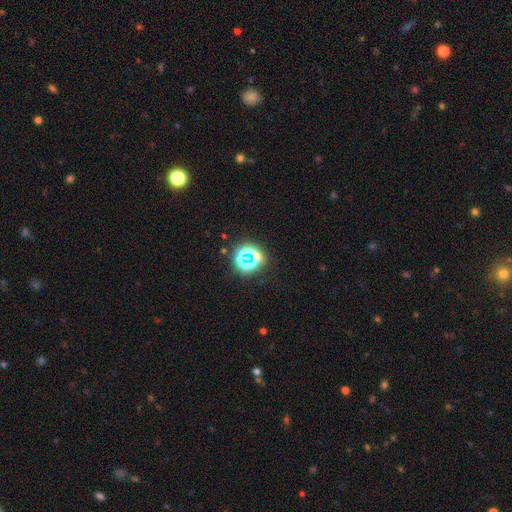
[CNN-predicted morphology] This appears to be a star or artifact, not a galaxy (66%).